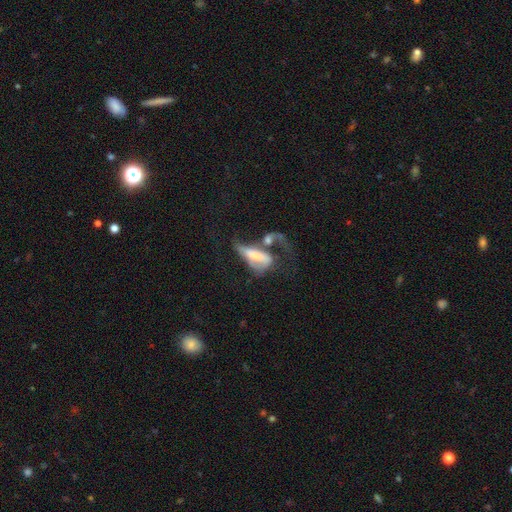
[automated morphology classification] Smooth or featured? featured or disk (54%)
Edge-on disk? no (85%)
Merging? merger (42%)